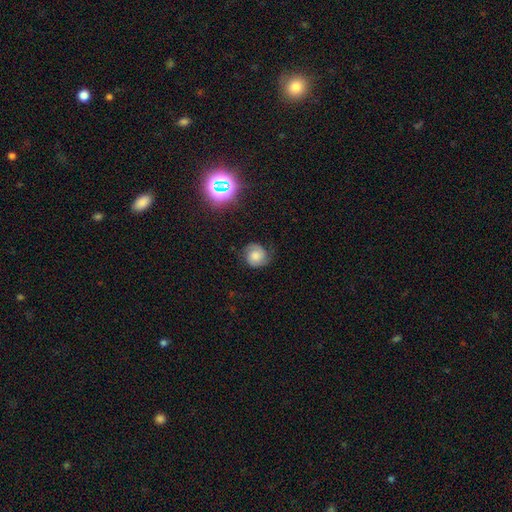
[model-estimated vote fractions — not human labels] A featured or disk galaxy (51%).

Vote fractions:
- Smooth or featured? featured or disk: 51% / smooth: 37% / star or artifact: 12%
- Edge-on disk? no: 98% / yes: 2%
- Merging? none: 73% / minor disturbance: 19% / major disturbance: 7% / merger: 1%